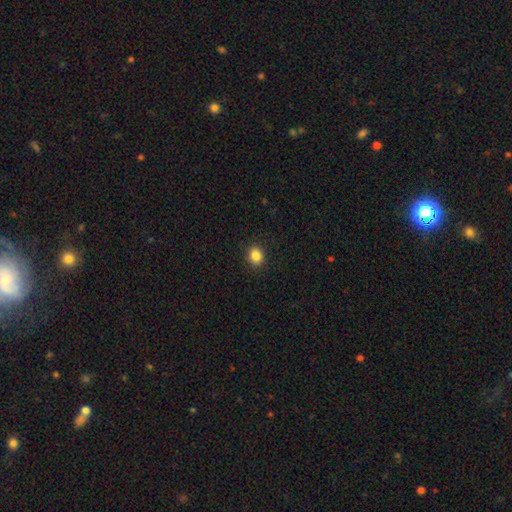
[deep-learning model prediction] This is clearly a smooth galaxy (86%). How rounded: likely round (69%). Merging: clearly none (91%).